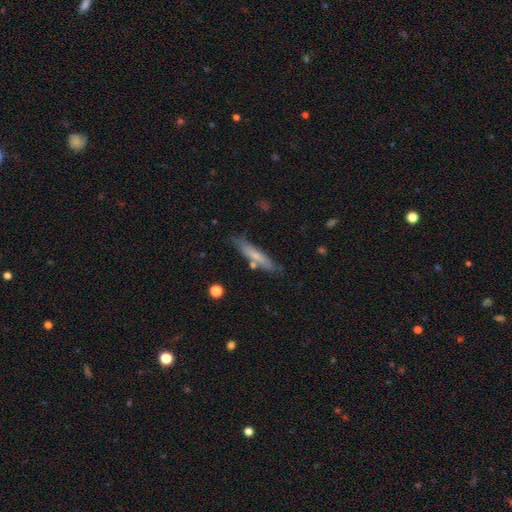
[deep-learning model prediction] Smooth or featured? smooth (59%)
How rounded? cigar-shaped (88%)
Merging? none (76%)